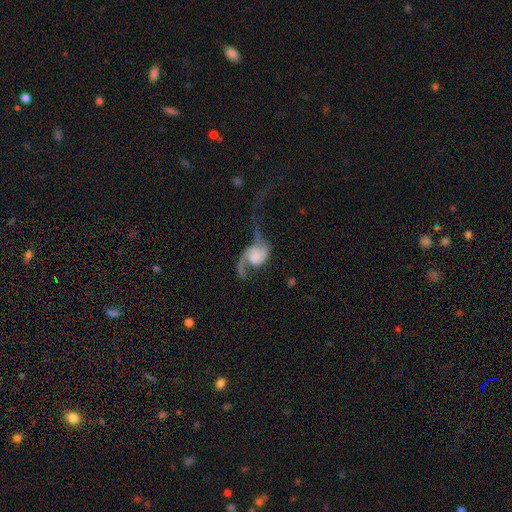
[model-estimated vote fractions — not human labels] Smooth or featured? Predicted: featured or disk (p=0.78). Edge-on disk? Predicted: no (p=0.97). Bar? Predicted: no (p=0.71). Spiral arms? Predicted: yes (p=0.92). Spiral winding? Predicted: loose (p=0.80). Spiral arm count? Predicted: 2 (p=0.85). Bulge size? Predicted: none (p=0.40). Merging? Predicted: major disturbance (p=0.42).